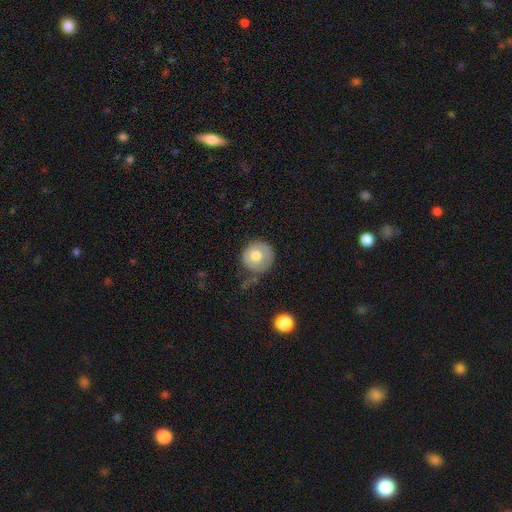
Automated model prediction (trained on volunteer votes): A smooth galaxy with no disk features (63%) that is round (93%). Merging: none (74%).